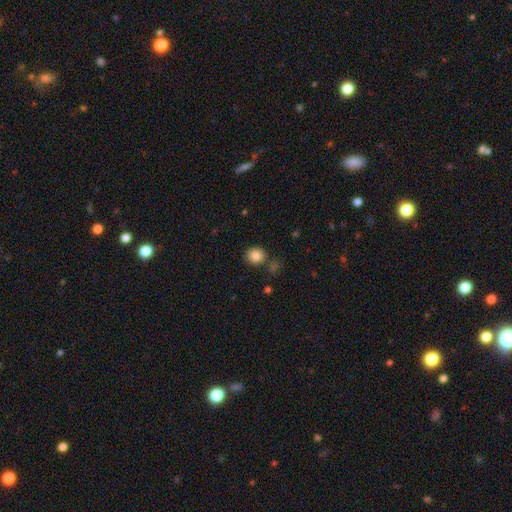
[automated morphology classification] This is clearly a smooth galaxy (85%). How rounded: likely round (77%). Merging: likely none (77%).